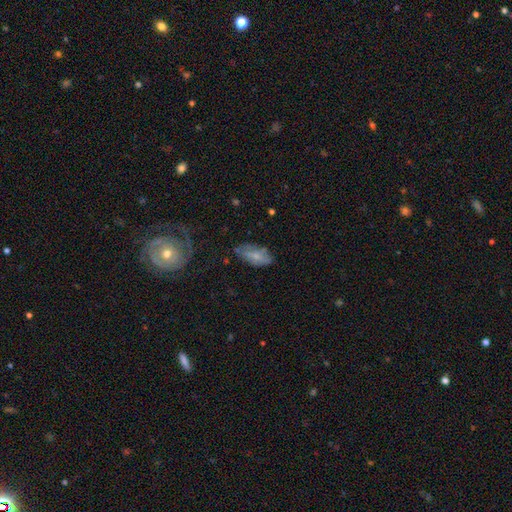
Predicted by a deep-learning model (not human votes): A smooth galaxy with no disk features (59%) that is in between round and cigar-shaped (87%). Merging: none (62%).